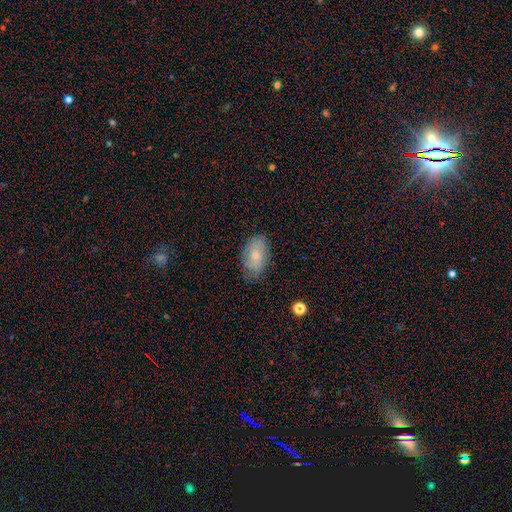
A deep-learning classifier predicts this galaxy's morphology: Smooth or featured?
  - smooth: 62% *
  - featured or disk: 30%
  - star or artifact: 8%
How rounded?
  - in between: 92% *
  - round: 6%
  - cigar-shaped: 2%
Merging?
  - none: 73% *
  - minor disturbance: 21%
  - major disturbance: 5%
  - merger: 1%